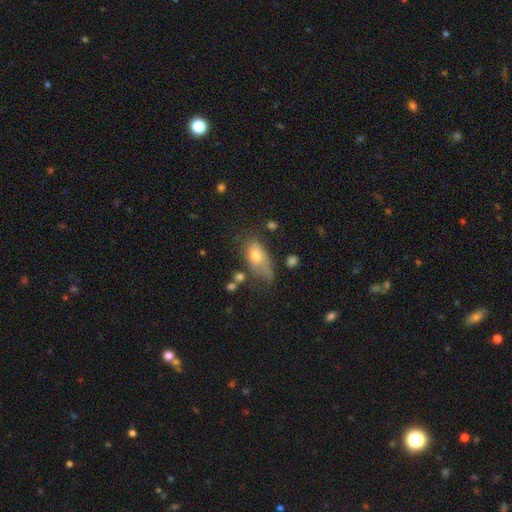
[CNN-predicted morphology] Smooth or featured? Predicted: smooth (p=0.67). How rounded? Predicted: in between (p=0.86). Merging? Predicted: major disturbance (p=0.33).